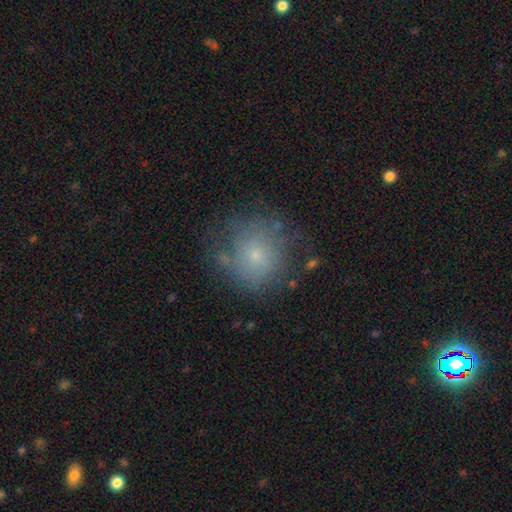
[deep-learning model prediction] Smooth or featured?
  - smooth: 60% *
  - featured or disk: 27%
  - star or artifact: 13%
How rounded?
  - round: 87% *
  - in between: 12%
  - cigar-shaped: 1%
Merging?
  - none: 65% *
  - minor disturbance: 20%
  - major disturbance: 12%
  - merger: 3%